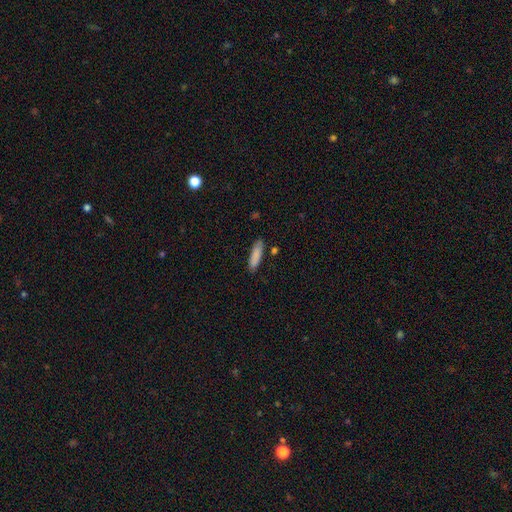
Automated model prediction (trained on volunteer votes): smooth-or-featured: smooth: 86% | featured or disk: 7% | star or artifact: 6%
  how-rounded: cigar-shaped: 61% | in between: 37% | round: 2%
  merging: none: 82% | minor disturbance: 12% | merger: 3% | major disturbance: 2%